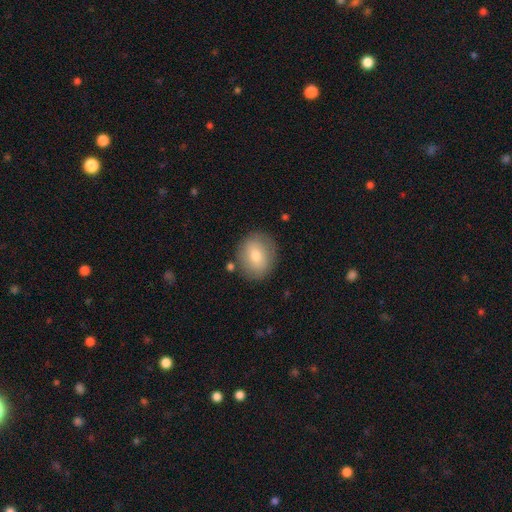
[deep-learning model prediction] smooth 73%, featured or disk 19%, star or artifact 8%. Down the decision tree: how rounded — round (67%); merging — none (82%).